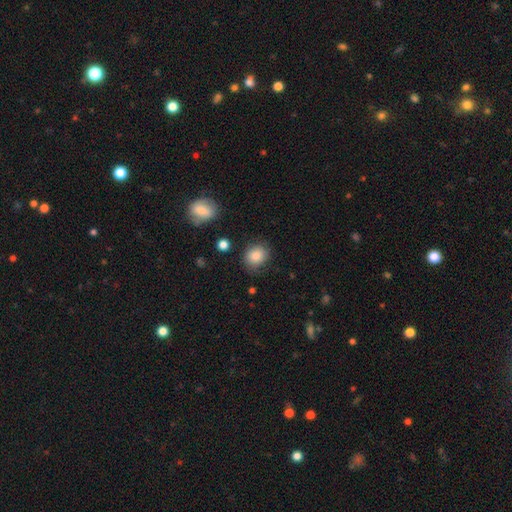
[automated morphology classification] A smooth galaxy with no disk features (84%) that is round (66%). Merging: none (79%).